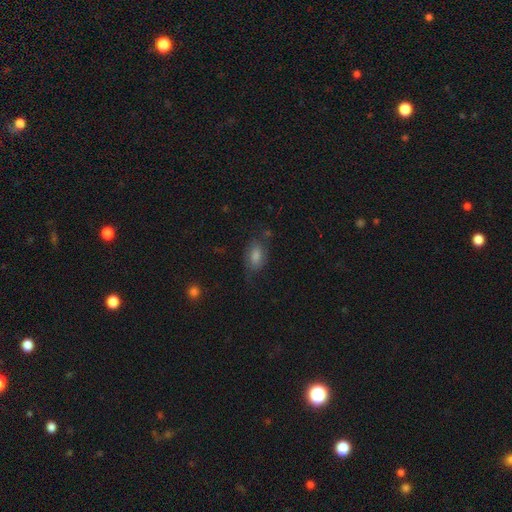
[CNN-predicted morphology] The model was most divided on "smooth or featured": smooth: 59%, featured or disk: 23%, star or artifact: 18%. More confident: how rounded — in between (85%); merging — none (67%).